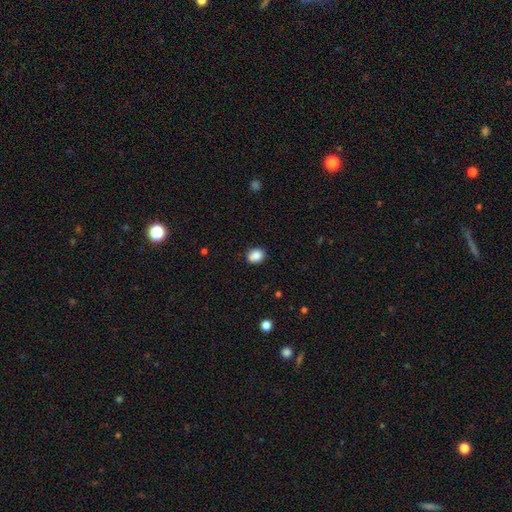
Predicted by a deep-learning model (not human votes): Smooth or featured: smooth — 87% (star or artifact — 9%)
How rounded: round — 52% (in between — 48%)
Merging: none — 85% (minor disturbance — 11%)